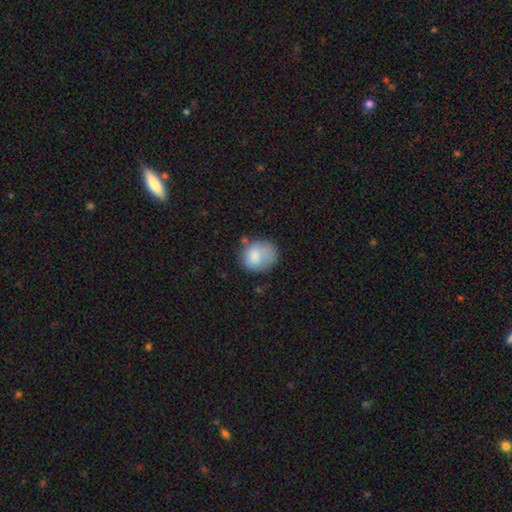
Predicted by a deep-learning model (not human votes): Smooth or featured: smooth — 80% (featured or disk — 13%)
How rounded: round — 69% (in between — 31%)
Merging: none — 55% (minor disturbance — 26%)